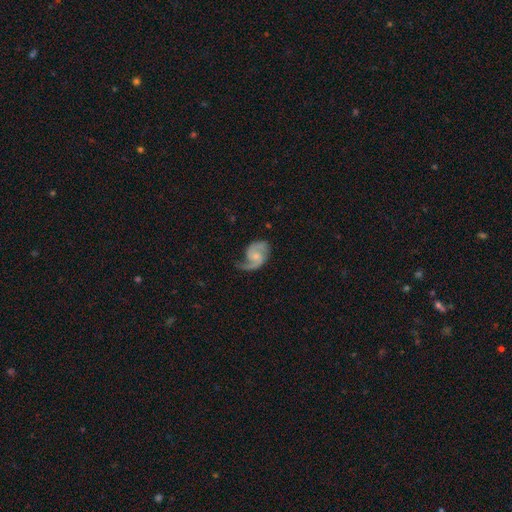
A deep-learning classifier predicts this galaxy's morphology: Smooth or featured: featured or disk — 84% (smooth — 11%)
Edge-on disk: no — 98% (yes — 2%)
Bar: no — 58% (weak — 35%)
Spiral arms: yes — 96% (no — 4%)
Spiral winding: medium — 46% (loose — 38%)
Spiral arm count: 2 — 75% (1 — 18%)
Bulge size: small — 56% (moderate — 31%)
Merging: none — 53% (minor disturbance — 26%)